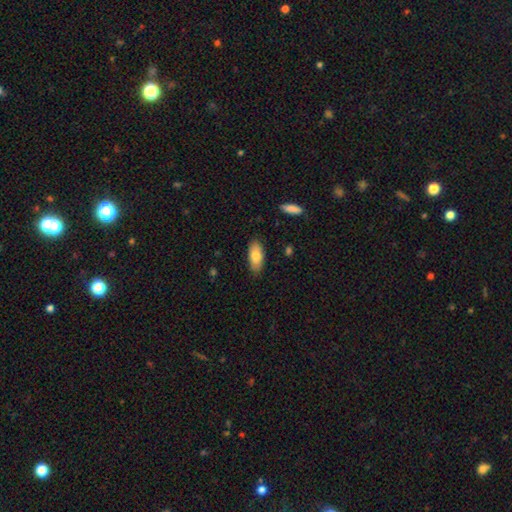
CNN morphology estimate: type=smooth (80%); roundness=in between (86%); merging=none (84%).